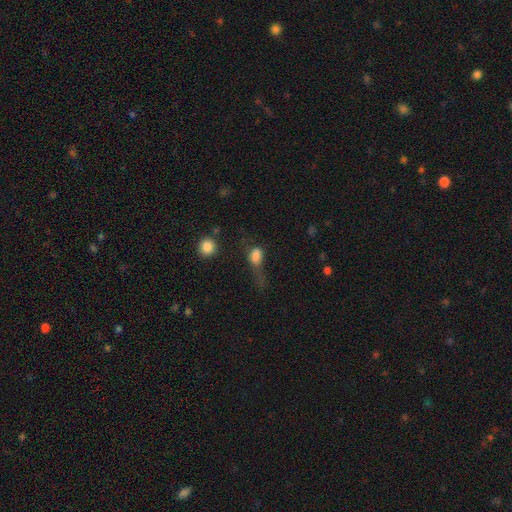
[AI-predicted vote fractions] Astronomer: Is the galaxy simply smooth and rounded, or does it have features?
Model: smooth — 77%.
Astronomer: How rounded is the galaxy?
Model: in between — 72%.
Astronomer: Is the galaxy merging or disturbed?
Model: major disturbance — 48% (runner-up: none, 23%).